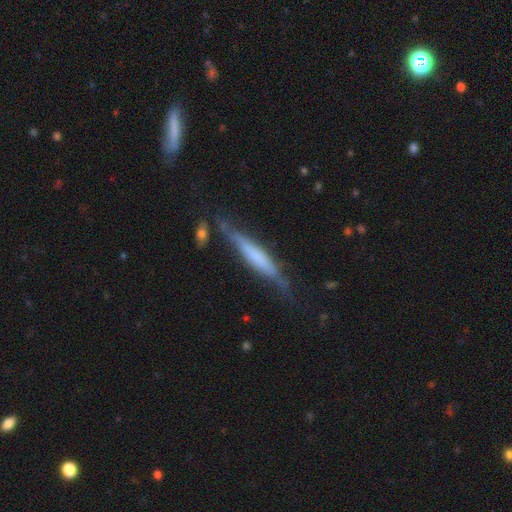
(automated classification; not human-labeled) Q: Smooth or featured?
A: featured or disk (50%); runner-up: smooth (43%)
Q: Edge-on disk?
A: yes (89%); runner-up: no (11%)
Q: Merging?
A: none (64%); runner-up: minor disturbance (24%)